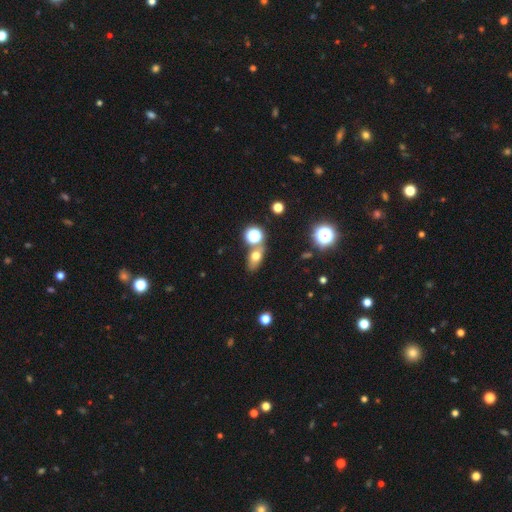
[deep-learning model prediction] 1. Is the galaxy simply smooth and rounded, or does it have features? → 64% smooth, 19% star or artifact, 17% featured or disk.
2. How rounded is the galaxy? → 69% in between, 25% round, 7% cigar-shaped.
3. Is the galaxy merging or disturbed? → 62% none, 20% merger, 12% minor disturbance, 5% major disturbance.